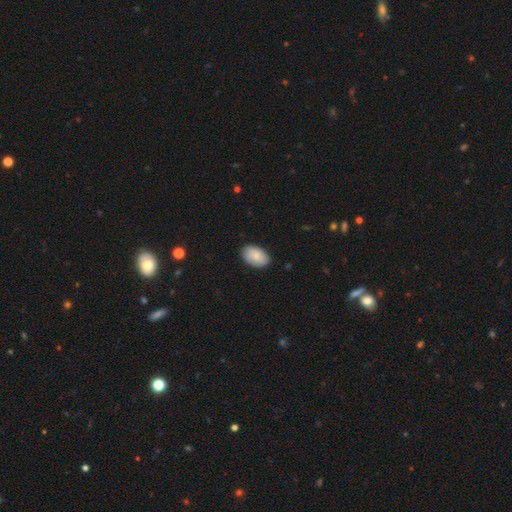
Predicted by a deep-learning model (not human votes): smooth 84%, featured or disk 10%, star or artifact 6%. Down the decision tree: how rounded — in between (92%); merging — none (85%).